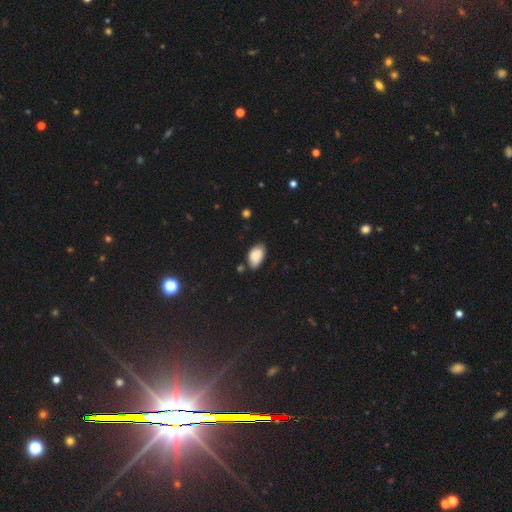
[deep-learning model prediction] smooth_or_featured: smooth (p=0.87) [alt: star or artifact p=0.08]
how_rounded: in between (p=0.93) [alt: round p=0.06]
merging: none (p=0.65) [alt: minor disturbance p=0.27]